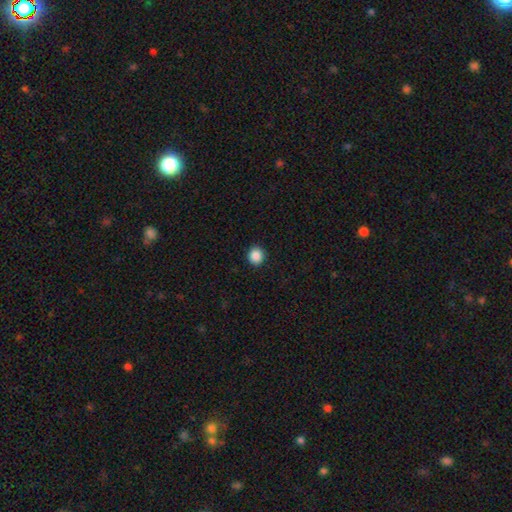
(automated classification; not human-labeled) Smooth or featured?
  - smooth: 88% *
  - star or artifact: 9%
  - featured or disk: 2%
How rounded?
  - round: 87% *
  - in between: 12%
  - cigar-shaped: 1%
Merging?
  - none: 92% *
  - minor disturbance: 5%
  - major disturbance: 2%
  - merger: 1%